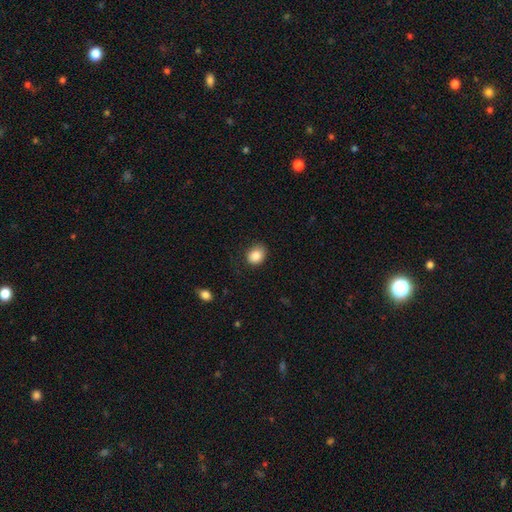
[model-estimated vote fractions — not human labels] Q: Smooth or featured?
A: smooth (85%); runner-up: star or artifact (9%)
Q: How rounded?
A: round (54%); runner-up: in between (45%)
Q: Merging?
A: none (76%); runner-up: minor disturbance (18%)